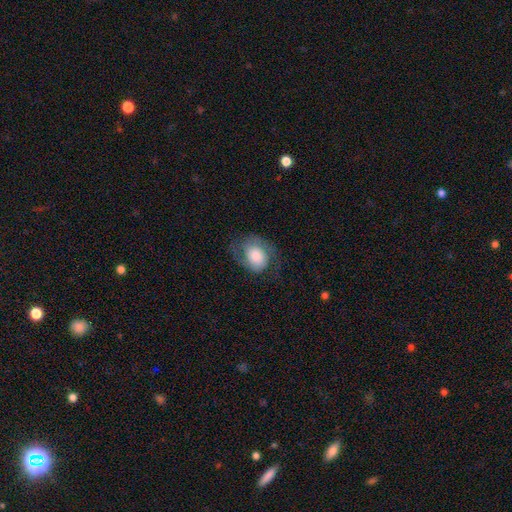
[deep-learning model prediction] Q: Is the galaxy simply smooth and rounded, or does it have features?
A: featured or disk — 50%.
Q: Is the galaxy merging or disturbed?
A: none — 62%.